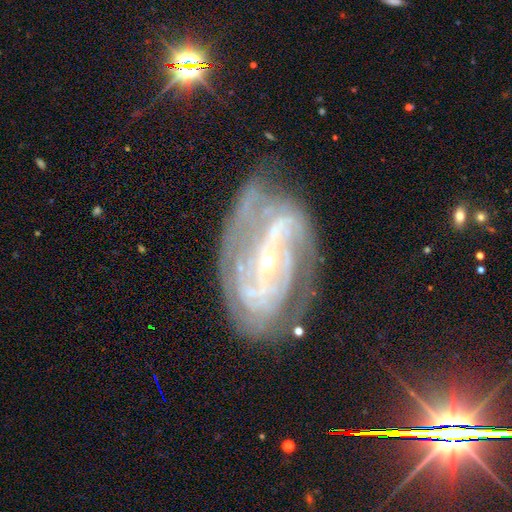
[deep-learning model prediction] Overall: featured or disk (86%). Edge-on disk: no (96%). Bar: no (38%; weak 33%). Spiral arms: yes (93%). Spiral arm count: 2 (34%; can't tell 28%). Spiral winding: tight (53%; medium 35%). Bulge size: small (82%). Merging: none (53%; minor disturbance 25%).